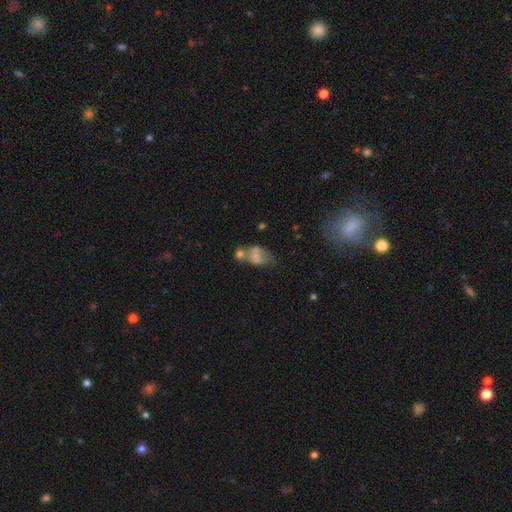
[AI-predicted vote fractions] Overall: smooth (55%; featured or disk 34%). How rounded: in between (82%). Merging: merger (46%; none 21%).